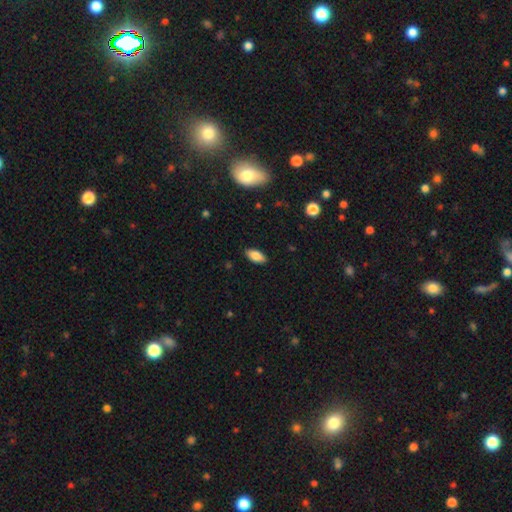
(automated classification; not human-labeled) This is clearly a smooth galaxy (83%). How rounded: clearly in between (90%). Merging: clearly none (88%).